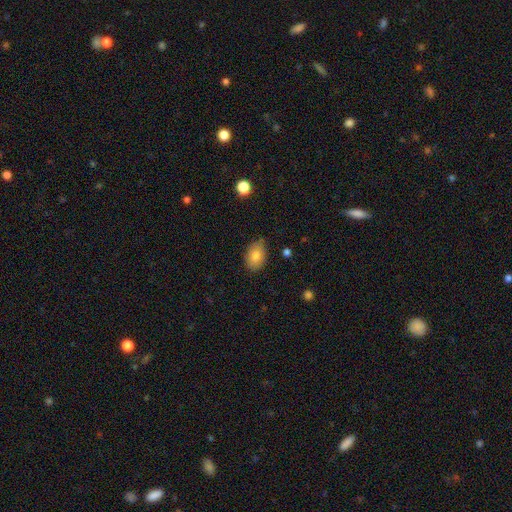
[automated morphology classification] A smooth galaxy with no disk features (81%) that is in between round and cigar-shaped (82%). Merging: none (77%).